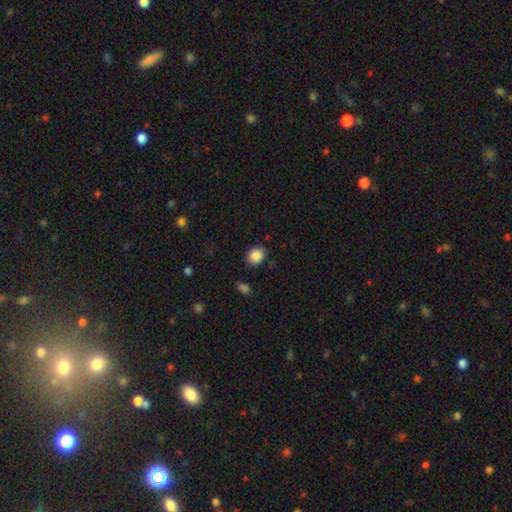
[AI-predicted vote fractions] smooth_or_featured: smooth (p=0.88) [alt: star or artifact p=0.08]
how_rounded: round (p=0.58) [alt: in between p=0.41]
merging: none (p=0.85) [alt: minor disturbance p=0.10]